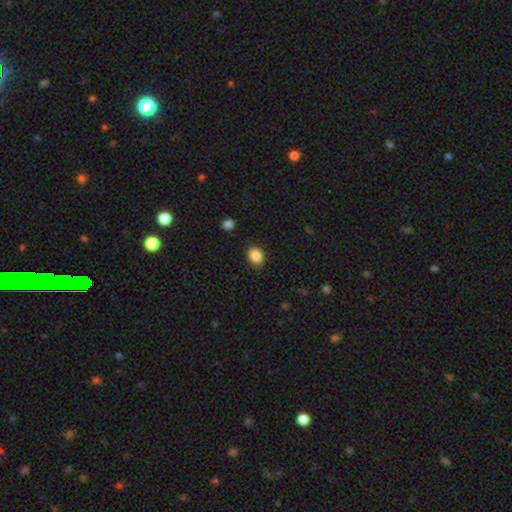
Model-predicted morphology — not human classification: Smooth or featured: smooth — 87% (star or artifact — 9%)
How rounded: round — 50% (in between — 49%)
Merging: none — 86% (minor disturbance — 10%)